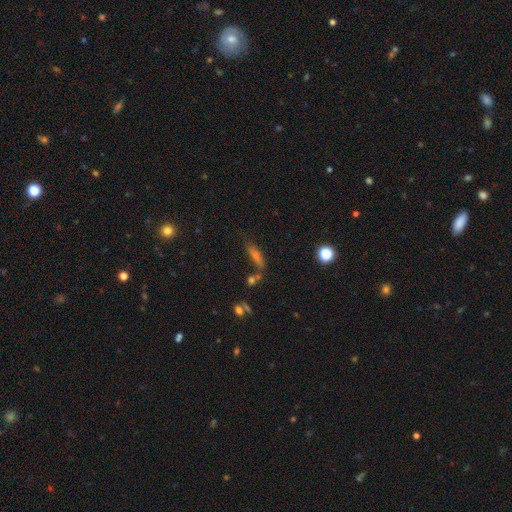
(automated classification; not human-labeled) smooth 50%, featured or disk 31%, star or artifact 19%. Down the decision tree: how rounded — cigar-shaped (56%); merging — none (54%).